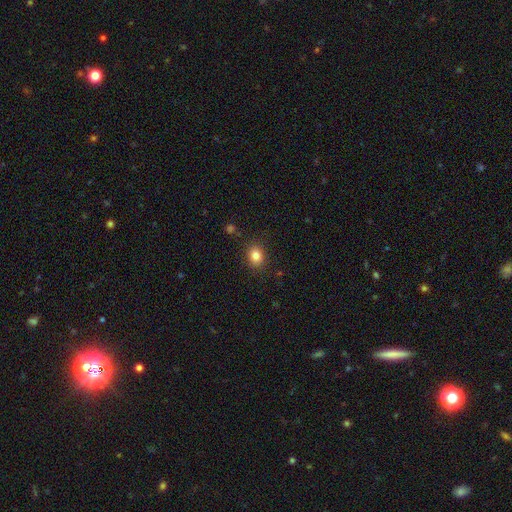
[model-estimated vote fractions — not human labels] smooth 83%, star or artifact 11%, featured or disk 6%. Down the decision tree: how rounded — round (61%); merging — none (88%).